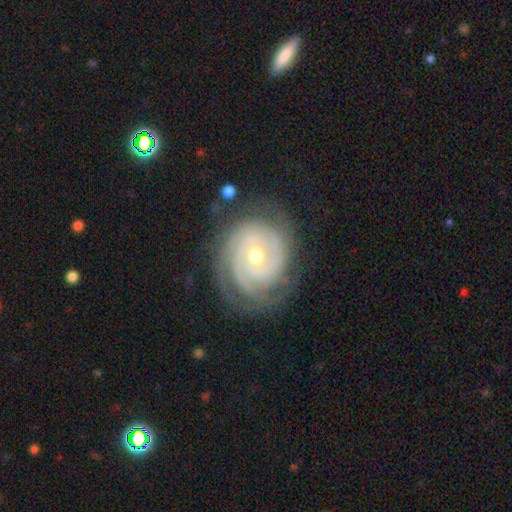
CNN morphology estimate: Smooth or featured? Predicted: featured or disk (p=0.89). Edge-on disk? Predicted: no (p=0.97). Bar? Predicted: no (p=0.65). Spiral arms? Predicted: yes (p=0.98). Spiral winding? Predicted: tight (p=0.82). Spiral arm count? Predicted: 3 (p=0.31). Bulge size? Predicted: moderate (p=0.51). Merging? Predicted: none (p=0.77).